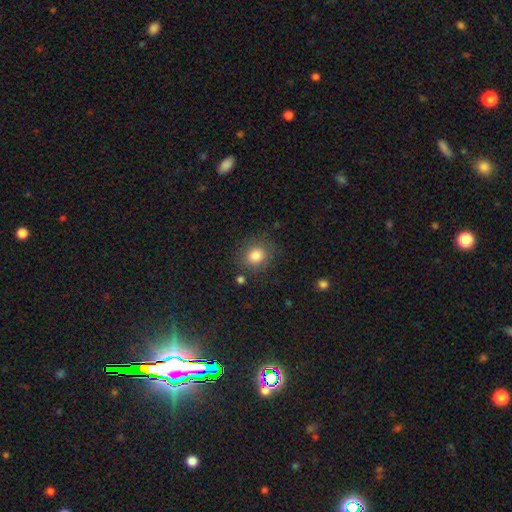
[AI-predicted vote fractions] Smooth or featured? Predicted: smooth (p=0.83). How rounded? Predicted: round (p=0.72). Merging? Predicted: none (p=0.80).